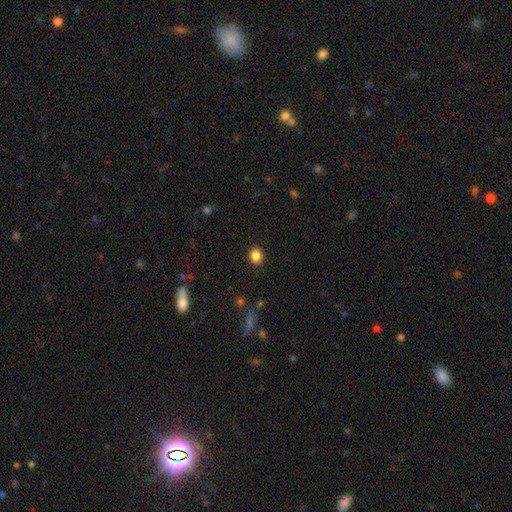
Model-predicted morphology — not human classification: Smooth or featured?
  - smooth: 85% *
  - star or artifact: 10%
  - featured or disk: 5%
How rounded?
  - round: 59% *
  - in between: 40%
  - cigar-shaped: 1%
Merging?
  - none: 90% *
  - minor disturbance: 7%
  - major disturbance: 2%
  - merger: 1%